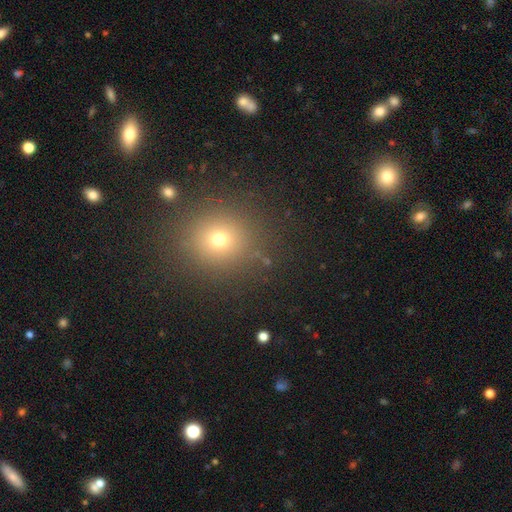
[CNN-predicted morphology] Smooth or featured? Predicted: smooth (p=0.63). How rounded? Predicted: round (p=0.85). Merging? Predicted: none (p=0.88).